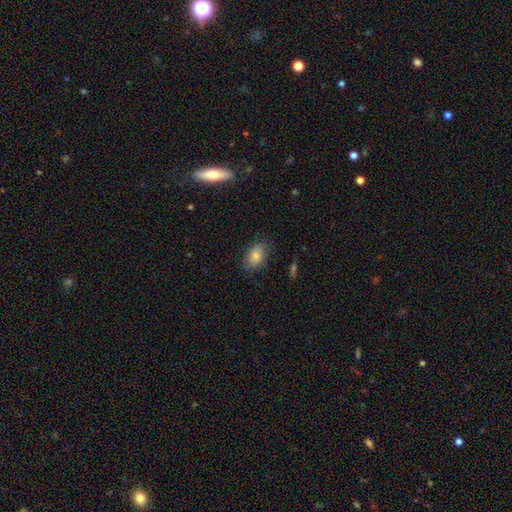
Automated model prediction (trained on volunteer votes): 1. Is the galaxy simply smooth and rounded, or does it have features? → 82% smooth, 10% featured or disk, 8% star or artifact.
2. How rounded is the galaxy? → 86% in between, 12% round, 2% cigar-shaped.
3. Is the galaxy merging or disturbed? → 78% none, 17% minor disturbance, 4% major disturbance, 1% merger.